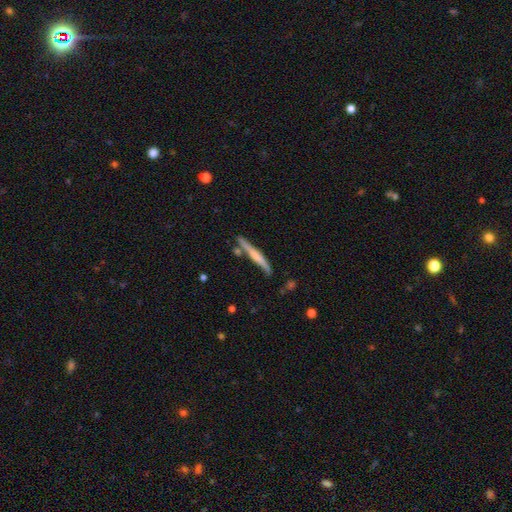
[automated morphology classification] Smooth or featured: featured or disk — 50% (smooth — 45%)
Merging: none — 76% (minor disturbance — 14%)